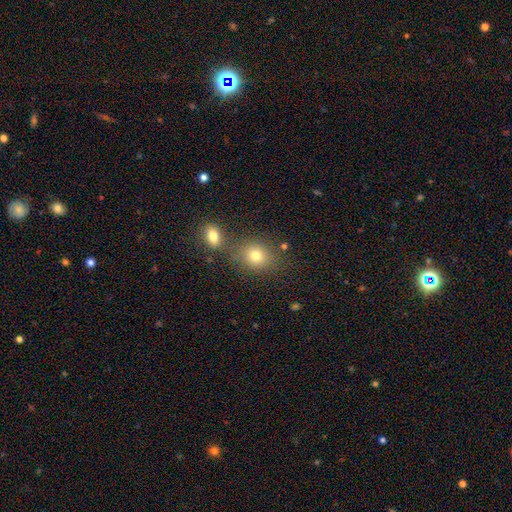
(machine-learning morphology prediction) smooth-or-featured: smooth: 76% | star or artifact: 14% | featured or disk: 10%
  how-rounded: round: 66% | in between: 33% | cigar-shaped: 1%
  merging: none: 67% | merger: 18% | minor disturbance: 11% | major disturbance: 4%